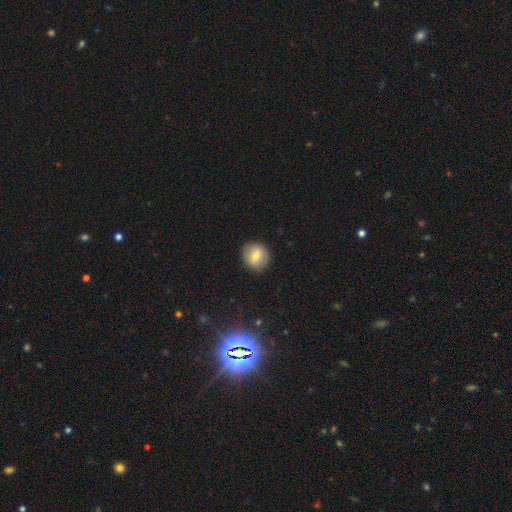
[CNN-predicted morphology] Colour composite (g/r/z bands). It shows a smooth galaxy with no disk features (66%) that is round (84%). Merging: none (87%).